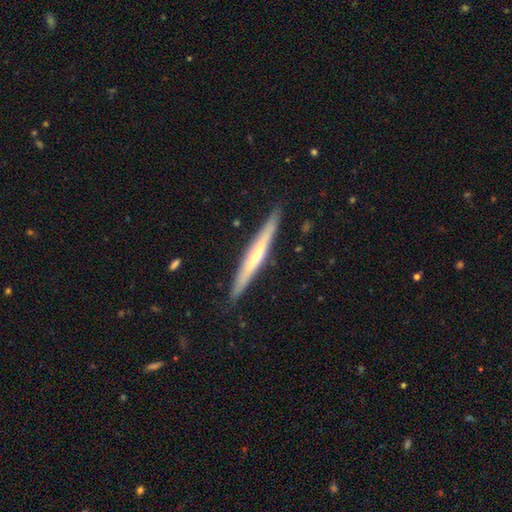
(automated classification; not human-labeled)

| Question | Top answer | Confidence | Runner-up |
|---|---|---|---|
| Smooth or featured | featured or disk | 59% | smooth (36%) |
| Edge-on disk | yes | 95% | no (5%) |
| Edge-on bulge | rounded | 53% | none (40%) |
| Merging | none | 89% | minor disturbance (8%) |